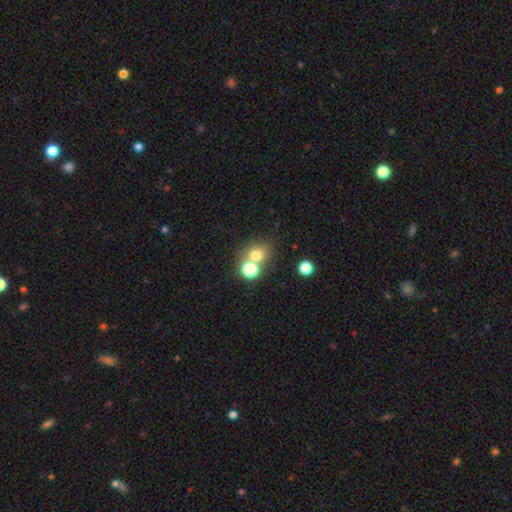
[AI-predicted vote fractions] Q: Smooth or featured?
A: smooth (71%); runner-up: star or artifact (18%)
Q: How rounded?
A: round (75%); runner-up: in between (24%)
Q: Merging?
A: none (54%); runner-up: merger (34%)